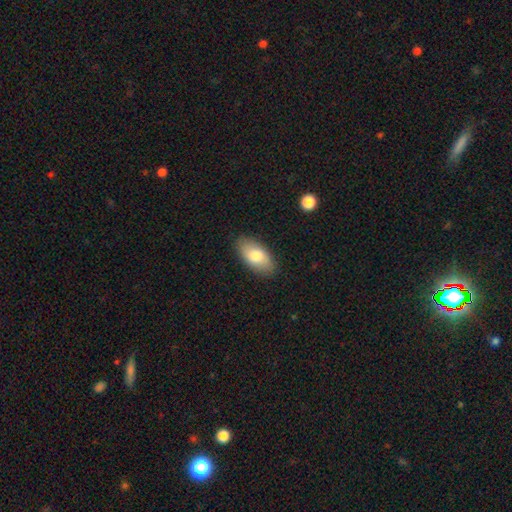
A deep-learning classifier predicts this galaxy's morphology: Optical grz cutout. It shows a smooth galaxy with no disk features (76%) that is in between round and cigar-shaped (94%). Merging: none (87%).